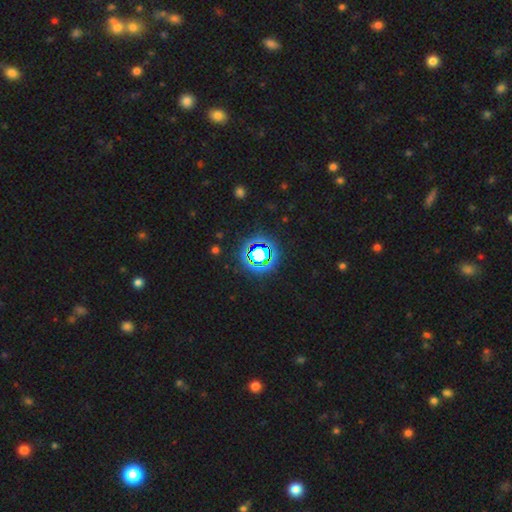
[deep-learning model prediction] Smooth or featured: star or artifact — 78% (smooth — 15%)